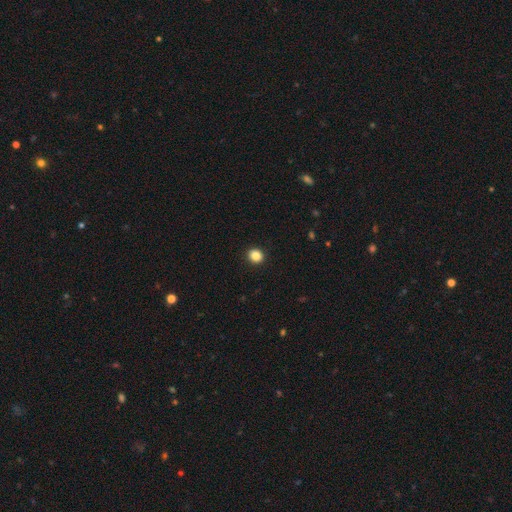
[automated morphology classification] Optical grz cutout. It shows a smooth galaxy with no disk features (87%) that is round (77%). Merging: none (92%).